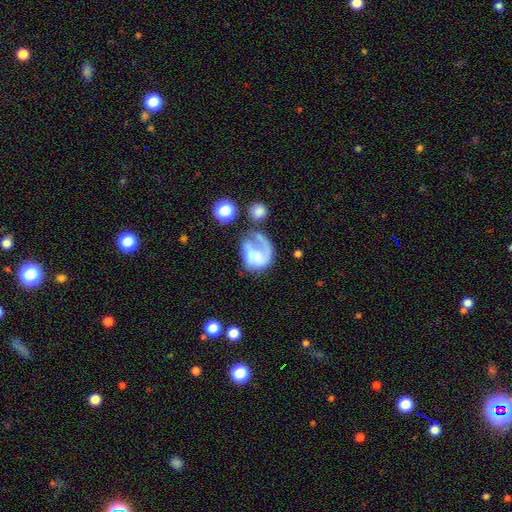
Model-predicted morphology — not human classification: A featured or disk galaxy (58%) with no bar (74%), spiral arms (63%) and no central bulge (50%). Merging: major disturbance (41%).